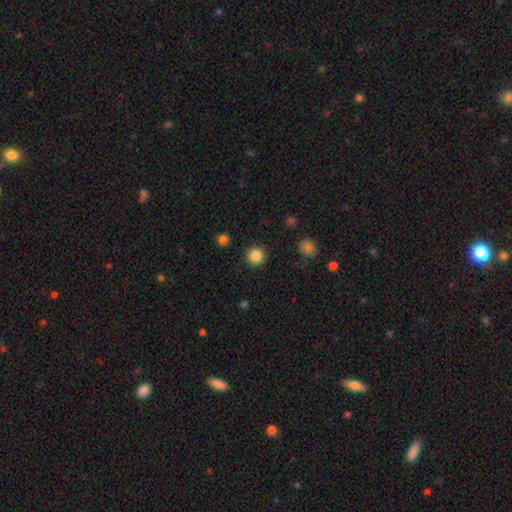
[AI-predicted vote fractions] smooth_or_featured: smooth (p=0.86) [alt: star or artifact p=0.10]
how_rounded: round (p=0.95) [alt: in between p=0.04]
merging: none (p=0.92) [alt: minor disturbance p=0.05]